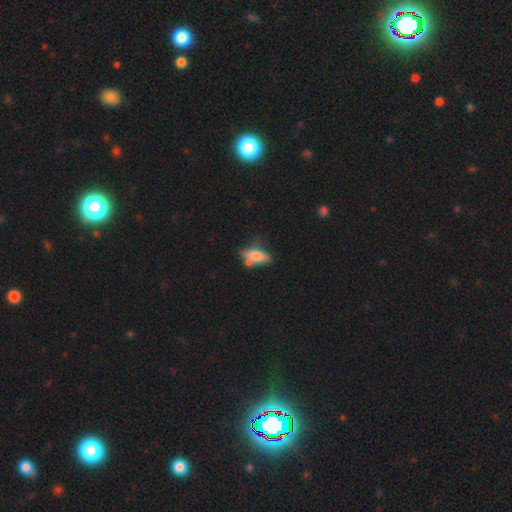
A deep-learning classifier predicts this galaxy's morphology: type=smooth (70%); roundness=in between (72%); merging=none (47%).